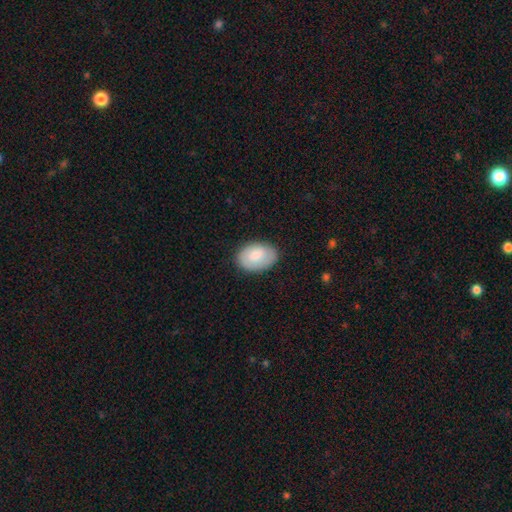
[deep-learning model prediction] The model was most divided on "smooth or featured": smooth: 79%, featured or disk: 15%, star or artifact: 6%. More confident: how rounded — in between (86%); merging — none (80%).